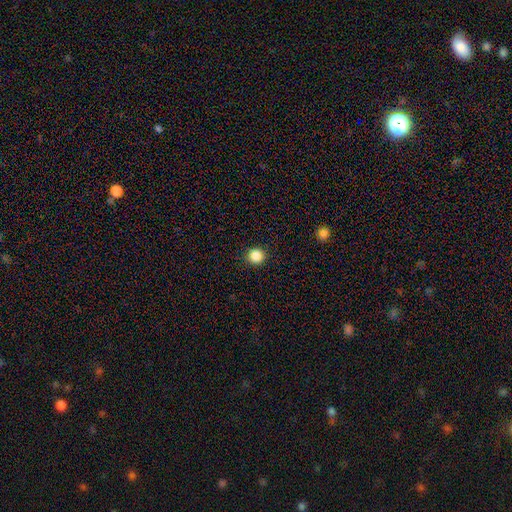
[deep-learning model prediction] smooth_or_featured: smooth (p=0.86) [alt: star or artifact p=0.11]
how_rounded: round (p=0.93) [alt: in between p=0.06]
merging: none (p=0.92) [alt: minor disturbance p=0.05]